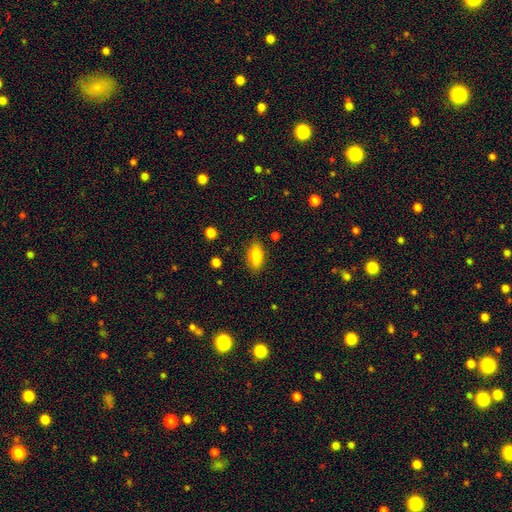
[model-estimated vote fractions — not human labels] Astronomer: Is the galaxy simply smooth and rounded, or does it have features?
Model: smooth — 82%.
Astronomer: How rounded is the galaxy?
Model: in between — 84%.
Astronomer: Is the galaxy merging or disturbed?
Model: none — 84%.